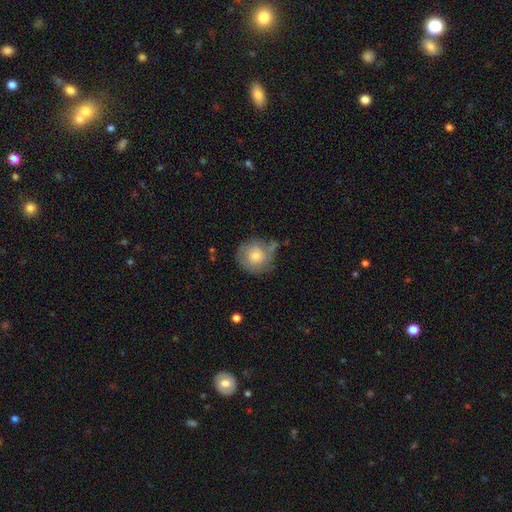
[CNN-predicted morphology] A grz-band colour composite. It shows a smooth galaxy with no disk features (57%) that is round (89%). Merging: none (55%).